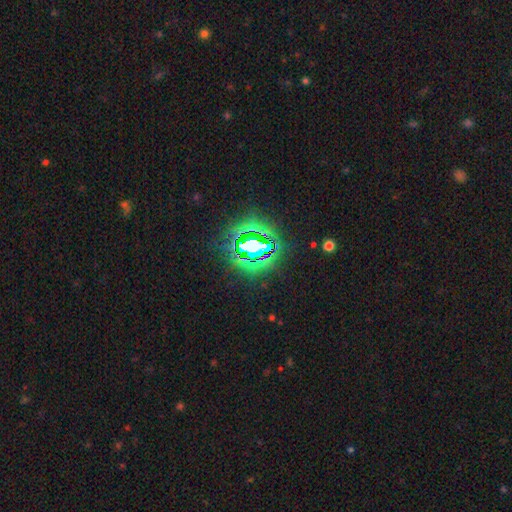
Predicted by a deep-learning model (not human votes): Q: Smooth or featured?
A: star or artifact (82%); runner-up: smooth (10%)